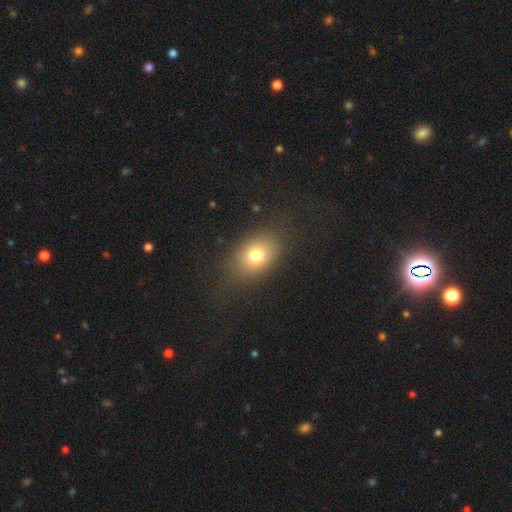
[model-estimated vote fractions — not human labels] Smooth or featured? smooth (66%)
How rounded? in between (65%)
Merging? none (84%)